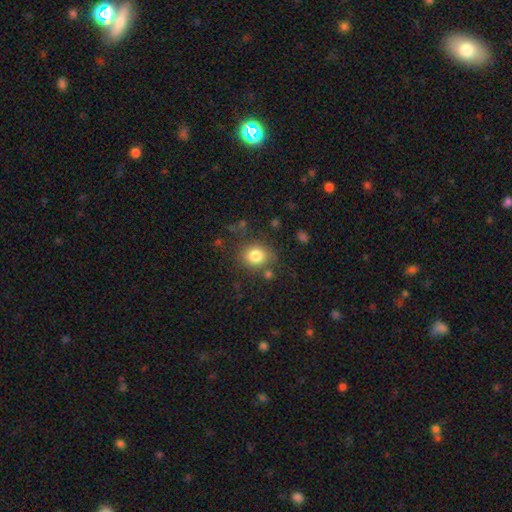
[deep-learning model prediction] Smooth or featured?
  - smooth: 81% *
  - star or artifact: 11%
  - featured or disk: 8%
How rounded?
  - round: 72% *
  - in between: 28%
  - cigar-shaped: 1%
Merging?
  - none: 76% *
  - minor disturbance: 14%
  - merger: 6%
  - major disturbance: 5%